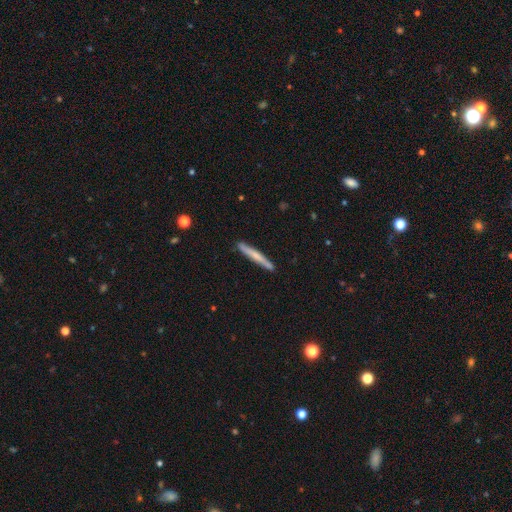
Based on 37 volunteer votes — Q: Smooth or featured?
A: featured or disk (51%); runner-up: smooth (49%)
Q: Edge-on disk?
A: yes (100%)
Q: Edge-on bulge?
A: none (58%); runner-up: boxy (26%)
Q: Merging?
A: none (95%); runner-up: minor disturbance (5%)